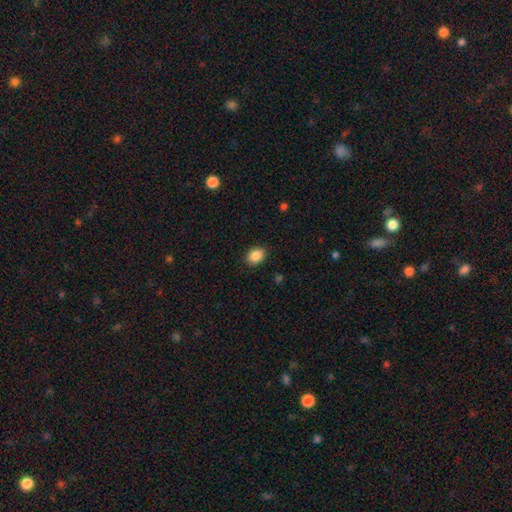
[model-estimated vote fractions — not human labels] This is clearly a smooth galaxy (88%). How rounded: possibly in between (58%). Merging: clearly none (88%).